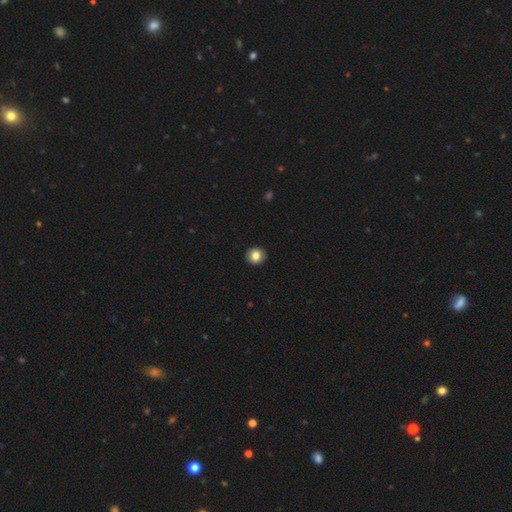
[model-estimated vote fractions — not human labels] A smooth galaxy with no disk features (84%) that is round (88%). Merging: none (92%).